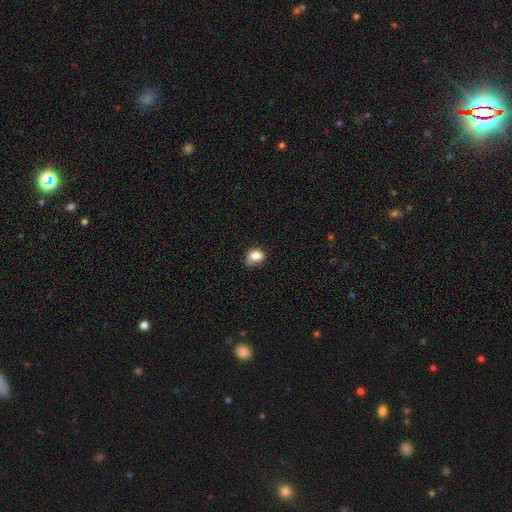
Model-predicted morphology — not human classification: This is clearly a smooth galaxy (84%). How rounded: possibly in between (50%). Merging: possibly none (55%).